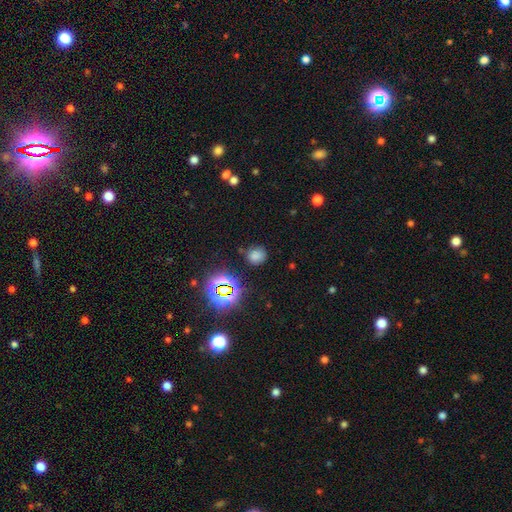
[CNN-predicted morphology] This appears to be a smooth galaxy with no disk features (67%) that is round (79%). Merging: none (78%).